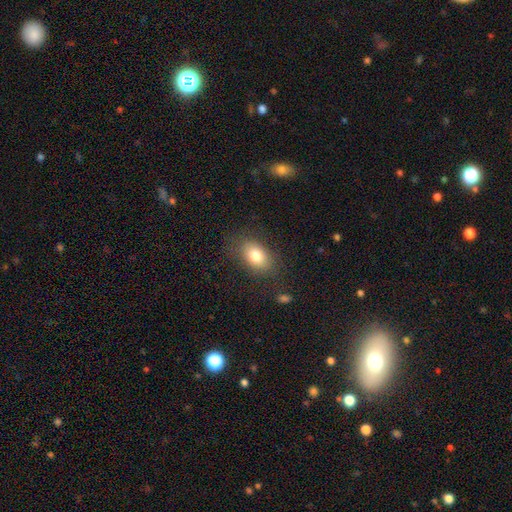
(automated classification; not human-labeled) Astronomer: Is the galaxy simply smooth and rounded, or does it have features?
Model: smooth — 80%.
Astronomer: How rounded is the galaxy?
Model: in between — 84%.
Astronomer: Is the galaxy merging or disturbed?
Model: none — 80%.